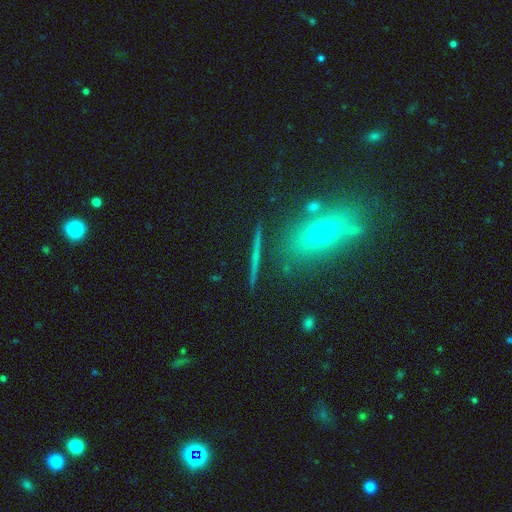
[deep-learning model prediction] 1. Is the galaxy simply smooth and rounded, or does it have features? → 44% featured or disk, 33% smooth, 23% star or artifact.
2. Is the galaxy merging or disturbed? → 85% none, 8% minor disturbance, 4% merger, 3% major disturbance.